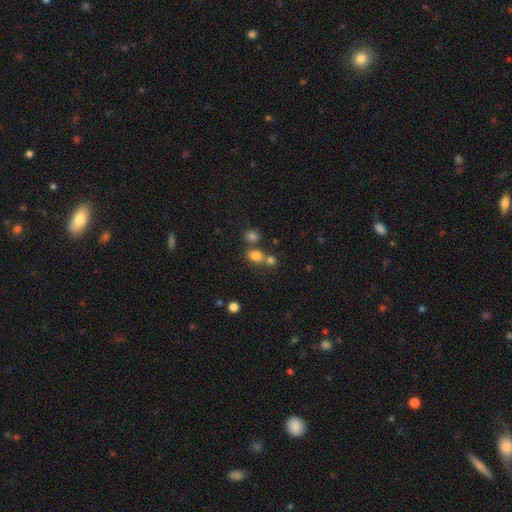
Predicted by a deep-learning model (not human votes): This appears to be a smooth galaxy with no disk features (77%) that is in between round and cigar-shaped (52%). Merging: none (53%).